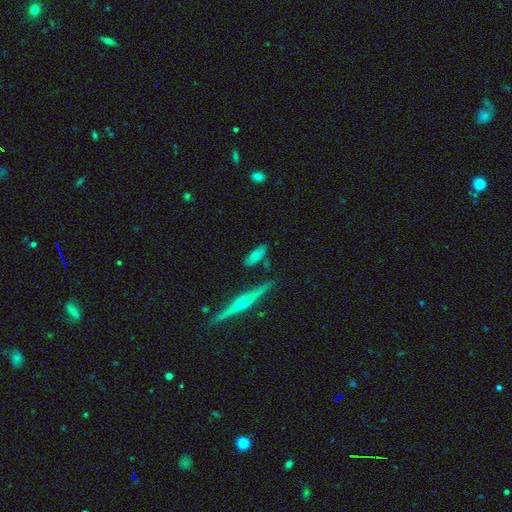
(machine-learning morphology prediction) A smooth galaxy with no disk features (60%) that is in between round and cigar-shaped (69%). Merging: none (67%).